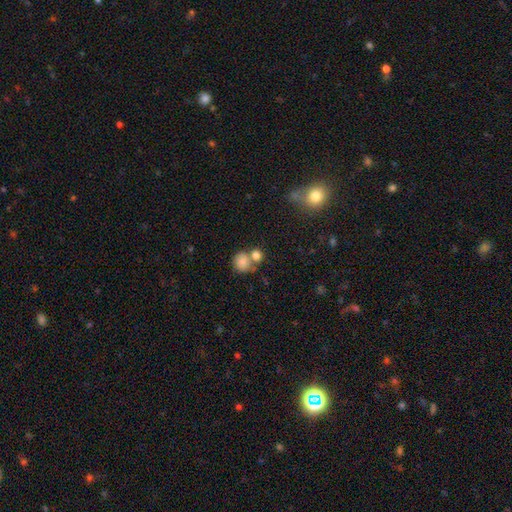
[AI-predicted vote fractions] smooth-or-featured: smooth: 81% | star or artifact: 10% | featured or disk: 9%
  how-rounded: round: 81% | in between: 18% | cigar-shaped: 1%
  merging: none: 45% | merger: 41% | minor disturbance: 10% | major disturbance: 4%